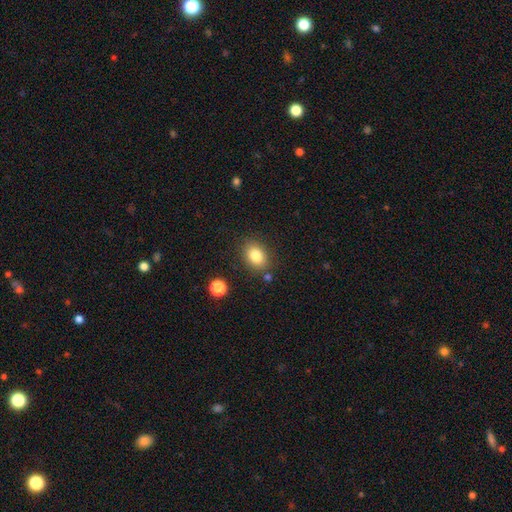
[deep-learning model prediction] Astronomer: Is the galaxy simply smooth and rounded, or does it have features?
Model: smooth — 83%.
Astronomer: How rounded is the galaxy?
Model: in between — 72%.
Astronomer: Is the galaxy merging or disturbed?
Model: none — 82%.